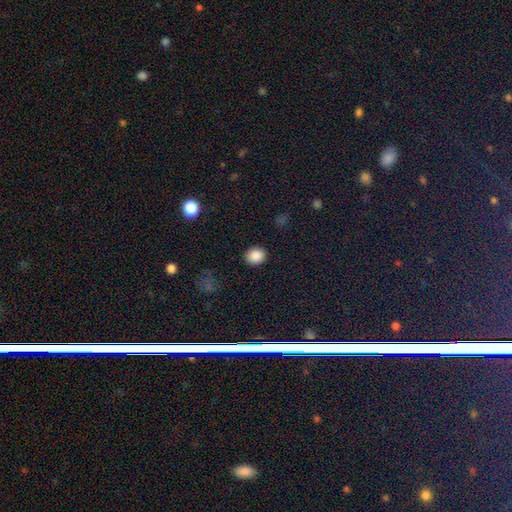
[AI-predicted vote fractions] smooth 88%, star or artifact 9%, featured or disk 3%. Down the decision tree: how rounded — round (69%); merging — none (90%).